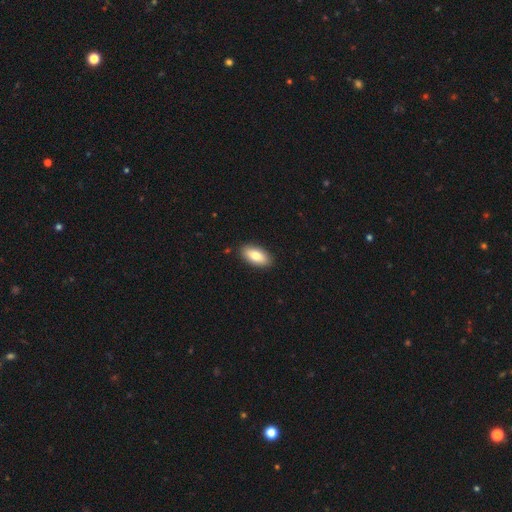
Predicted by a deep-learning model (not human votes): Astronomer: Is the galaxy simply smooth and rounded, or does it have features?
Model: smooth — 81%.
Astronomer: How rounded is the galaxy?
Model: in between — 91%.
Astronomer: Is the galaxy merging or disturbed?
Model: none — 89%.